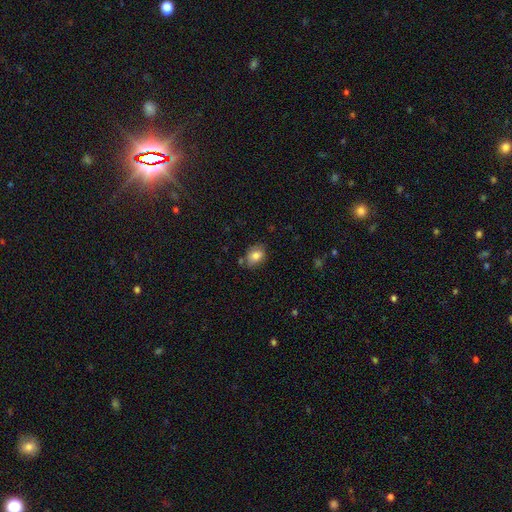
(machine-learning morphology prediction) Smooth or featured?
  - smooth: 80% *
  - featured or disk: 11%
  - star or artifact: 9%
How rounded?
  - in between: 67% *
  - round: 32%
  - cigar-shaped: 1%
Merging?
  - none: 72% *
  - minor disturbance: 19%
  - merger: 5%
  - major disturbance: 4%